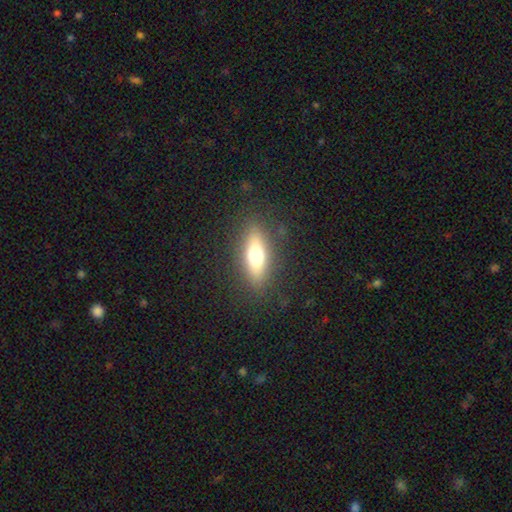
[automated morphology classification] type=smooth (56%); roundness=in between (55%); merging=none (86%).